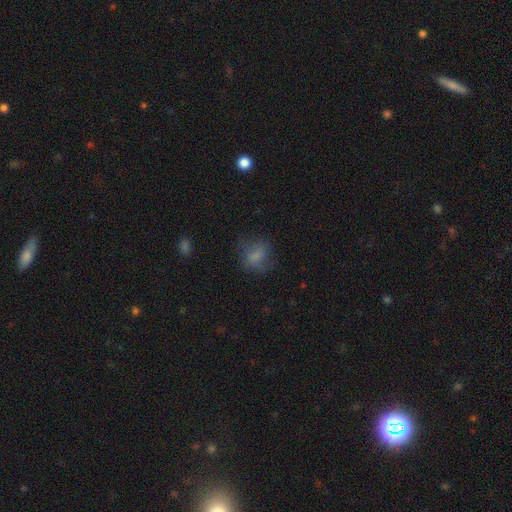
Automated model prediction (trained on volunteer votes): Morphology: type=smooth (70%); roundness=round (50%); merging=none (59%).